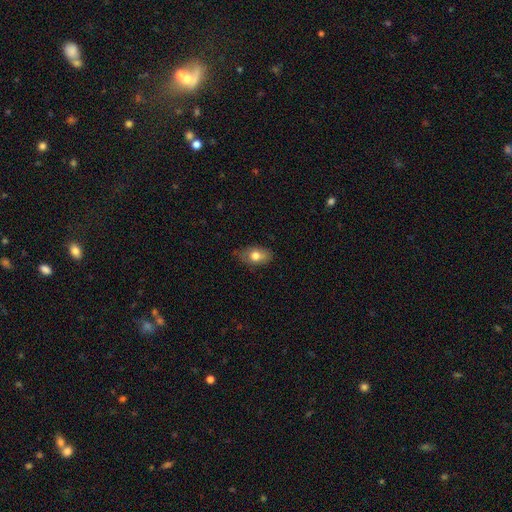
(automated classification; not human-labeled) The model was most divided on "merging": none: 73%, minor disturbance: 22%, major disturbance: 4%, merger: 1%. More confident: how rounded — in between (87%); smooth or featured — smooth (75%).